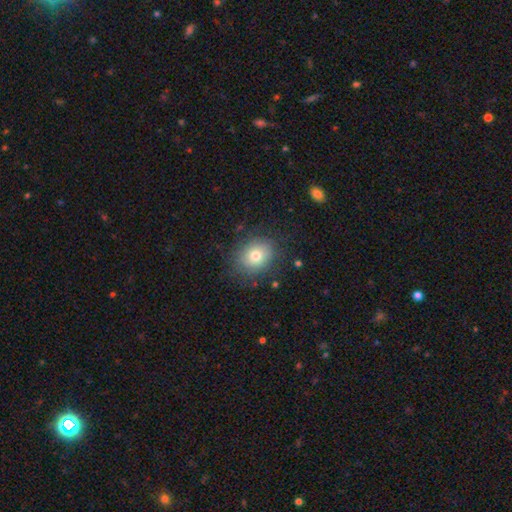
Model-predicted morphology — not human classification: A smooth galaxy with no disk features (76%) that is round (58%). Merging: none (81%).